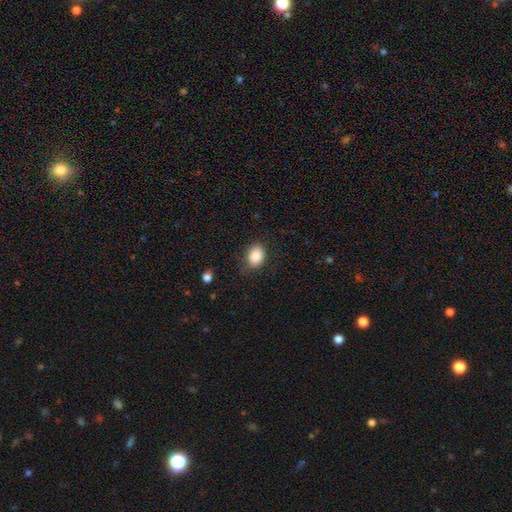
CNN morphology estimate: Smooth or featured? Predicted: smooth (p=0.87). How rounded? Predicted: in between (p=0.68). Merging? Predicted: none (p=0.79).